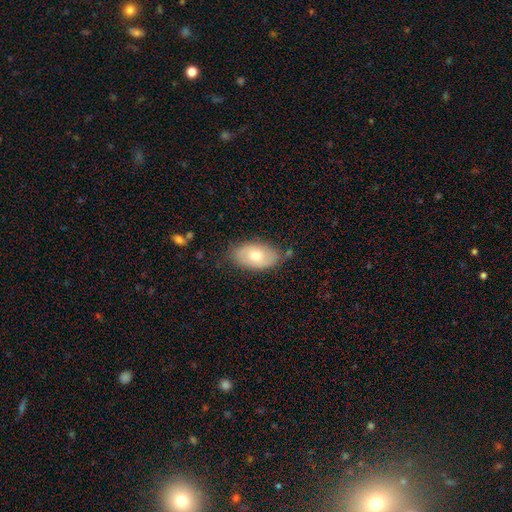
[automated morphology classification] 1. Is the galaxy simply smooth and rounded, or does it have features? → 65% smooth, 28% featured or disk, 7% star or artifact.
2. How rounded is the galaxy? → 92% in between, 6% round, 2% cigar-shaped.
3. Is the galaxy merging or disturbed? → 75% none, 19% minor disturbance, 4% major disturbance, 3% merger.